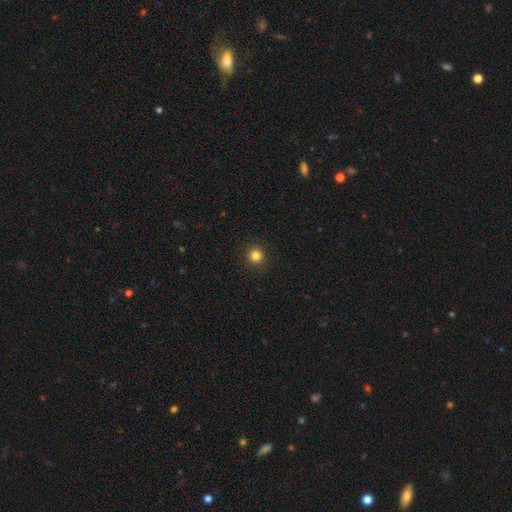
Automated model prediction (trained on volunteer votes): Overall: smooth (83%). How rounded: round (95%). Merging: none (92%).